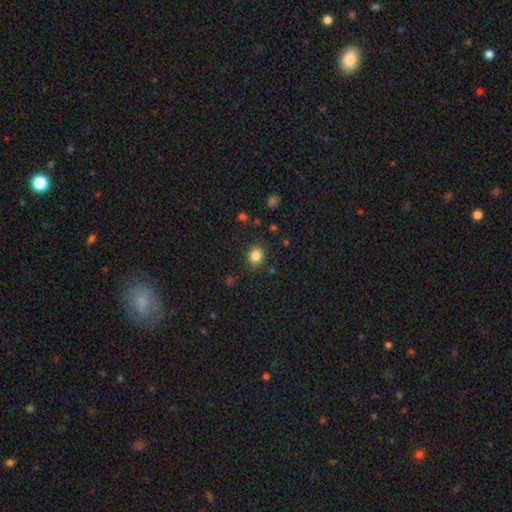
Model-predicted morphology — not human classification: Q: Smooth or featured?
A: smooth (84%); runner-up: star or artifact (11%)
Q: How rounded?
A: round (71%); runner-up: in between (28%)
Q: Merging?
A: none (86%); runner-up: minor disturbance (9%)